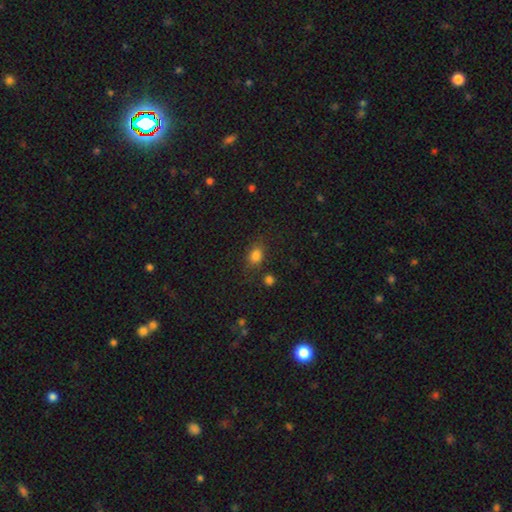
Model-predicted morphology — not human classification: Smooth or featured? smooth (81%)
How rounded? in between (59%)
Merging? none (73%)